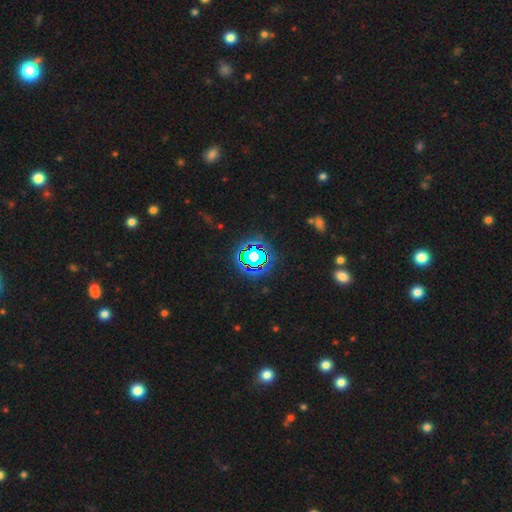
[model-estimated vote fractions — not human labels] smooth_or_featured: star or artifact (p=0.70) [alt: smooth p=0.18]